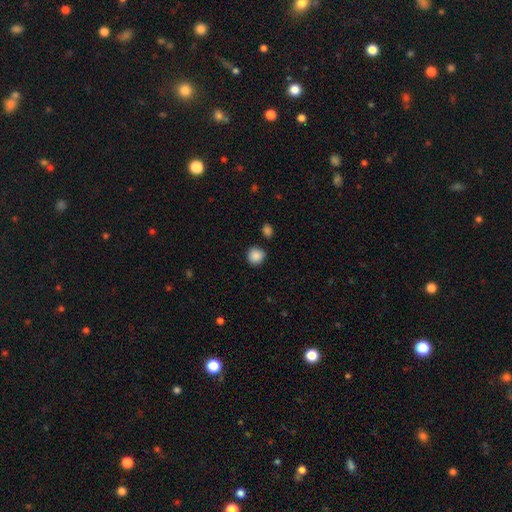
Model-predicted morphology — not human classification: Smooth or featured: smooth — 88% (star or artifact — 9%)
How rounded: round — 90% (in between — 9%)
Merging: none — 83% (minor disturbance — 11%)